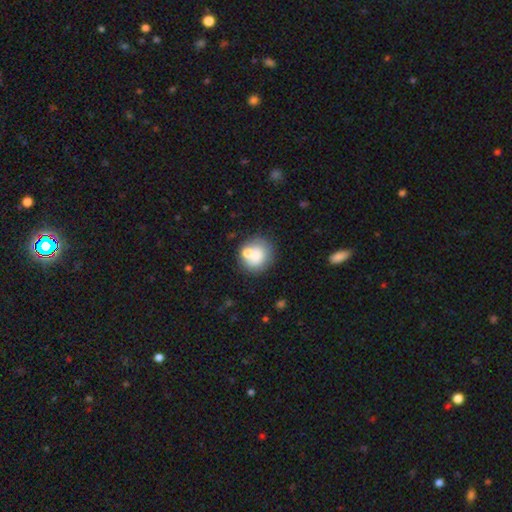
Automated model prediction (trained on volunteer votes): Q: Smooth or featured?
A: smooth (75%); runner-up: featured or disk (16%)
Q: How rounded?
A: round (81%); runner-up: in between (18%)
Q: Merging?
A: none (59%); runner-up: merger (22%)